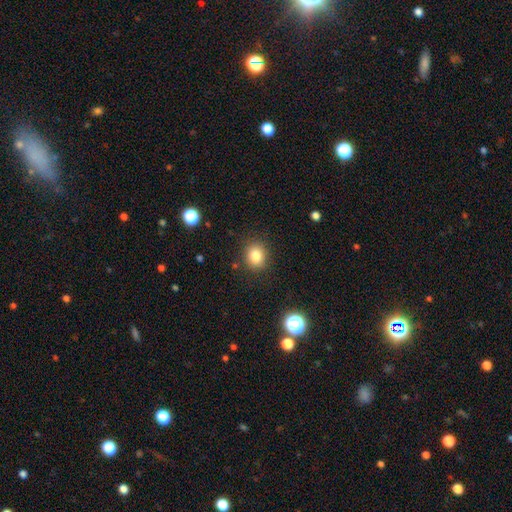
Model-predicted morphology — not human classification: Smooth or featured? Predicted: smooth (p=0.82). How rounded? Predicted: round (p=0.72). Merging? Predicted: none (p=0.87).